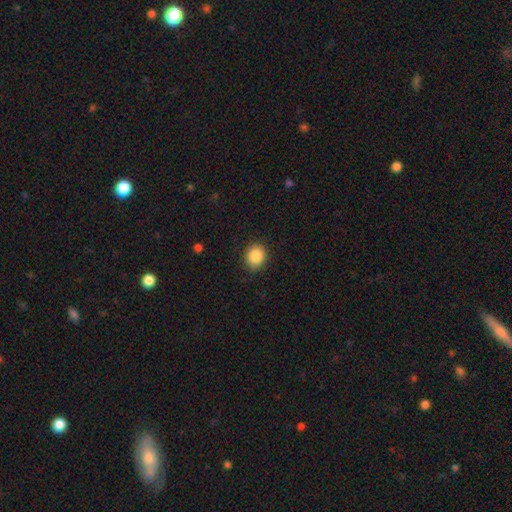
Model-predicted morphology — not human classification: Smooth or featured? smooth (87%)
How rounded? round (73%)
Merging? none (86%)